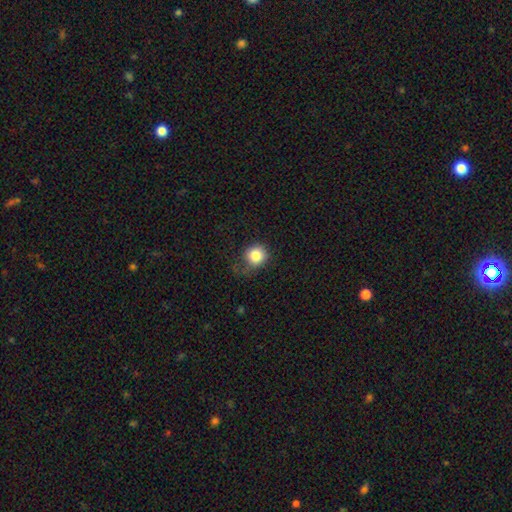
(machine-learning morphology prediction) smooth 83%, star or artifact 10%, featured or disk 7%. Down the decision tree: how rounded — round (86%); merging — none (58%).